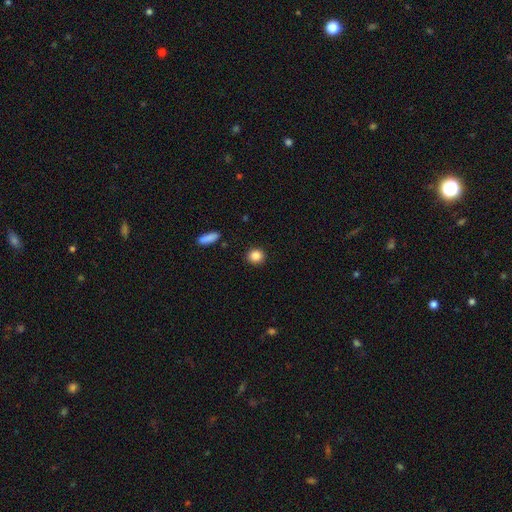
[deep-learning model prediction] A smooth galaxy with no disk features (86%) that is round (84%).

Vote fractions:
- Smooth or featured? smooth: 86% / star or artifact: 10% / featured or disk: 4%
- How rounded? round: 84% / in between: 15% / cigar-shaped: 1%
- Merging? none: 91% / minor disturbance: 6% / major disturbance: 2% / merger: 1%